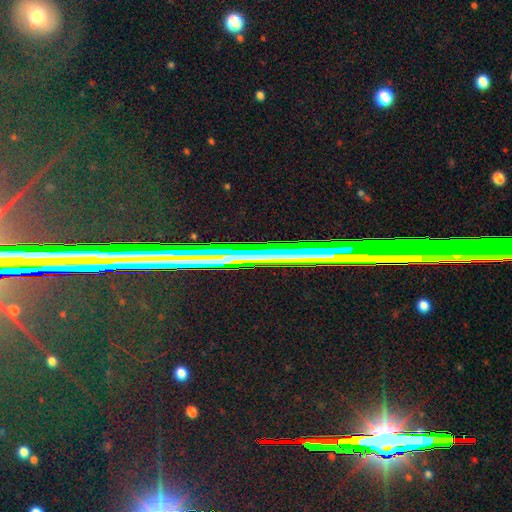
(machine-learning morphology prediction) type=star or artifact (74%).